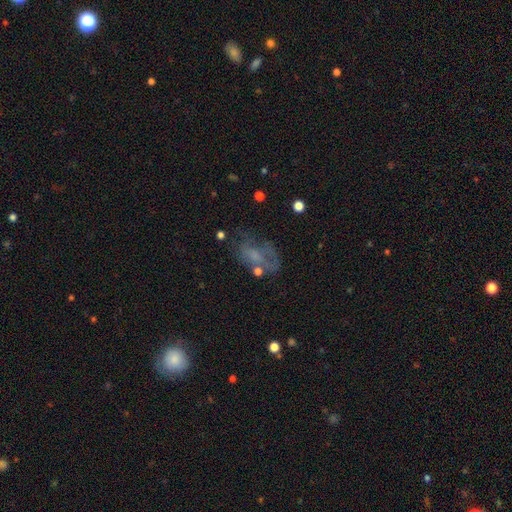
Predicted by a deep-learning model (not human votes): Smooth or featured? featured or disk (45%)
Merging? none (40%)